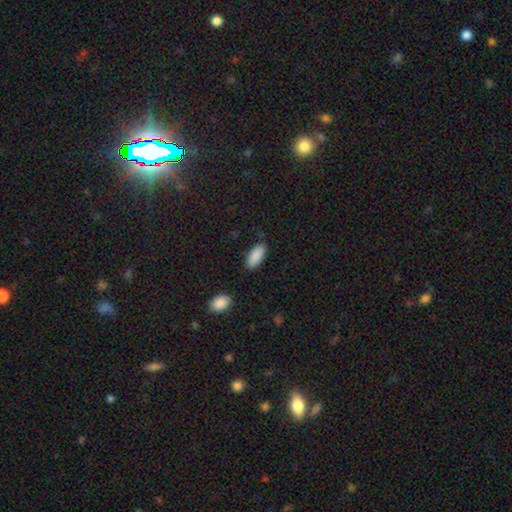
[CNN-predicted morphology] smooth-or-featured: smooth: 89% | star or artifact: 6% | featured or disk: 4%
  how-rounded: in between: 87% | cigar-shaped: 11% | round: 2%
  merging: none: 85% | minor disturbance: 11% | major disturbance: 3% | merger: 2%